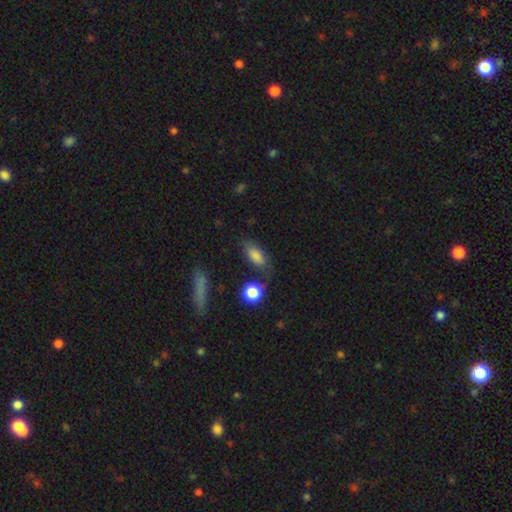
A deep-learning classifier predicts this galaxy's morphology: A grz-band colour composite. It shows a smooth galaxy with no disk features (81%) that is in between round and cigar-shaped (79%). Merging: none (64%).